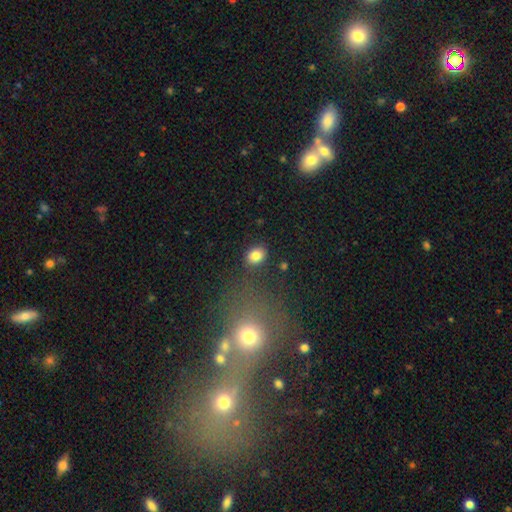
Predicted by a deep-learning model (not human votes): Morphology: type=smooth (83%); roundness=in between (58%); merging=none (84%).